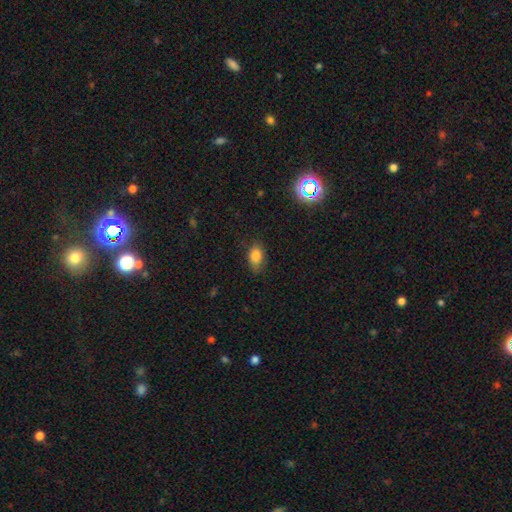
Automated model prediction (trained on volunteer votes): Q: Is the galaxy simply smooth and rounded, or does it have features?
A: smooth — 82%.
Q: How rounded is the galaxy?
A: in between — 85%.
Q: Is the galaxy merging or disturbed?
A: none — 80%.